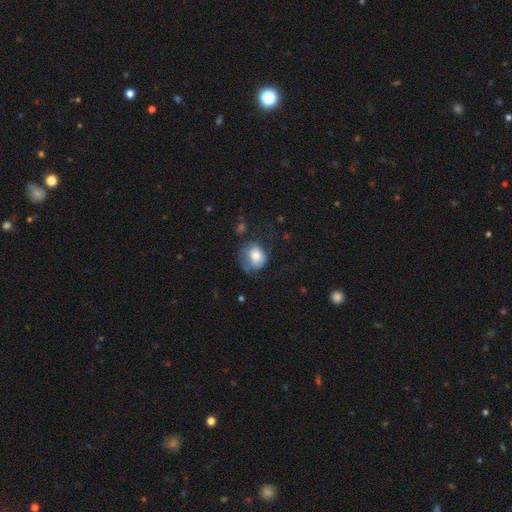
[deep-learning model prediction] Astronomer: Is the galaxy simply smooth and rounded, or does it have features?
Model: smooth — 60%.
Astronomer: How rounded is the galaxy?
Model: round — 61% (runner-up: in between, 38%).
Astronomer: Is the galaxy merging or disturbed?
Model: none — 38% (runner-up: major disturbance, 33%).